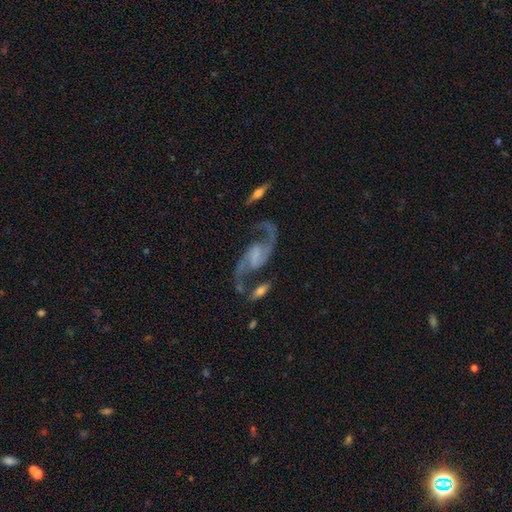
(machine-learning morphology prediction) This is clearly a featured or disk galaxy (91%). It is clearly not viewed edge-on (97%). Bar: possibly weak (46%). Spiral arm pattern: clearly yes (97%). Spiral arm count: clearly 2 (94%). Spiral winding: possibly loose (55%). Central bulge: possibly none (48%). Merging: likely none (64%).